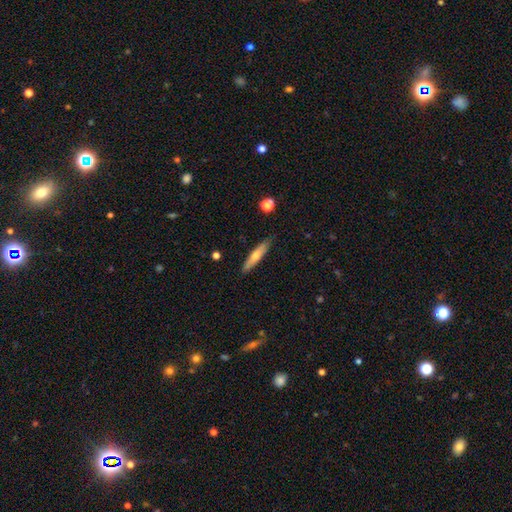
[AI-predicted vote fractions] A smooth galaxy with no disk features (59%) that is cigar-shaped (84%).

Vote fractions:
- Smooth or featured? smooth: 59% / featured or disk: 35% / star or artifact: 6%
- How rounded? cigar-shaped: 84% / in between: 14% / round: 2%
- Merging? none: 86% / minor disturbance: 11% / major disturbance: 2% / merger: 1%